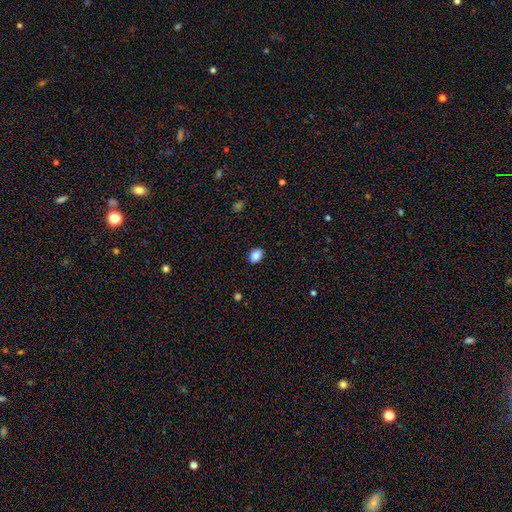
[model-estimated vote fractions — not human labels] Smooth or featured?
  - smooth: 86% *
  - star or artifact: 9%
  - featured or disk: 5%
How rounded?
  - in between: 63% *
  - round: 36%
  - cigar-shaped: 1%
Merging?
  - none: 87% *
  - minor disturbance: 10%
  - major disturbance: 2%
  - merger: 1%